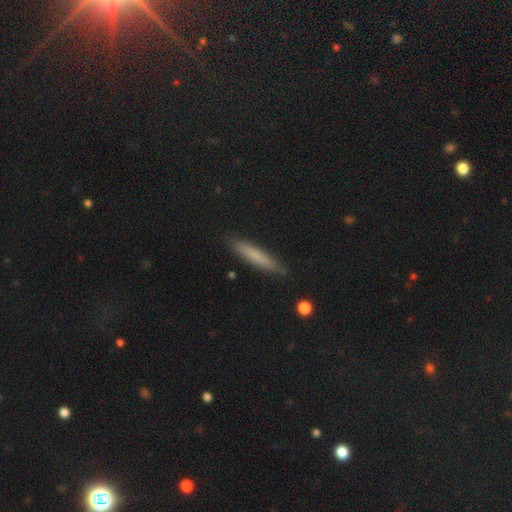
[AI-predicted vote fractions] This is likely a smooth galaxy (74%). How rounded: clearly cigar-shaped (91%). Merging: clearly none (88%).